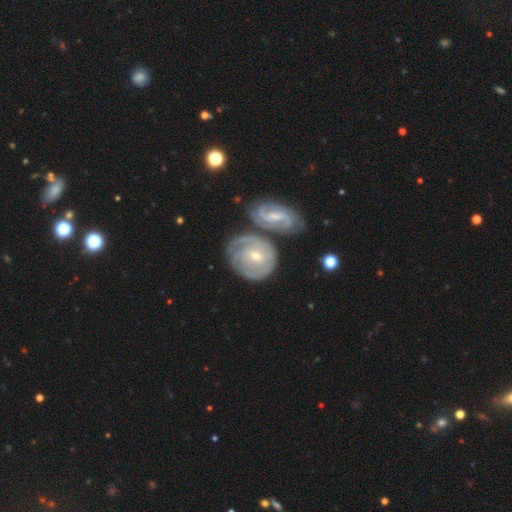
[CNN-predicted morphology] type=featured or disk (79%); edge-on=no (95%); bar=weak (43%); spiral arms=yes (92%); winding=tight (71%); arm count=can't tell (40%); bulge=small (58%); merging=none (46%).